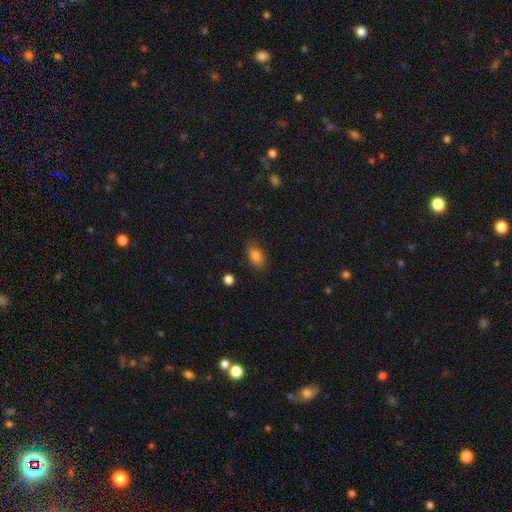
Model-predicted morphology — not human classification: Overall: smooth (84%). How rounded: in between (88%). Merging: none (85%).